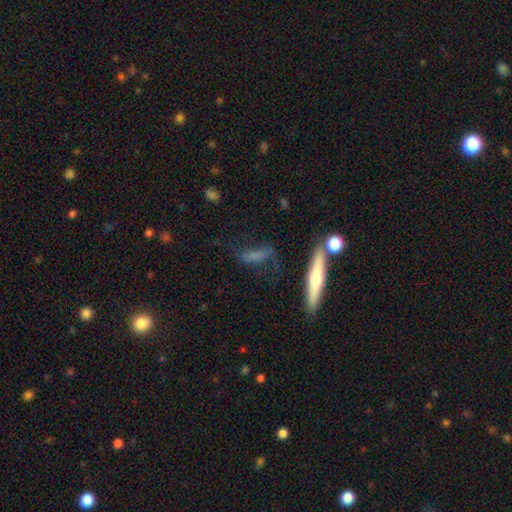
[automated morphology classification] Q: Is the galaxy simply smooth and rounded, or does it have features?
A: smooth — 44%.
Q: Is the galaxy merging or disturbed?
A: none — 57%.